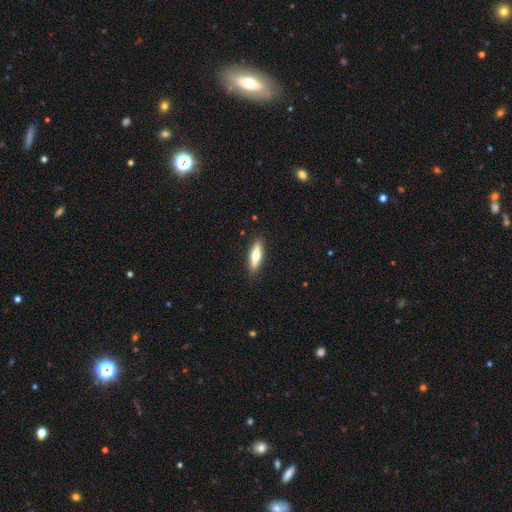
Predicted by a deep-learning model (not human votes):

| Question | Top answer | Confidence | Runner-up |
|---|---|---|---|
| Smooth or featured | smooth | 53% | featured or disk (41%) |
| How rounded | cigar-shaped | 64% | in between (33%) |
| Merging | none | 90% | minor disturbance (7%) |